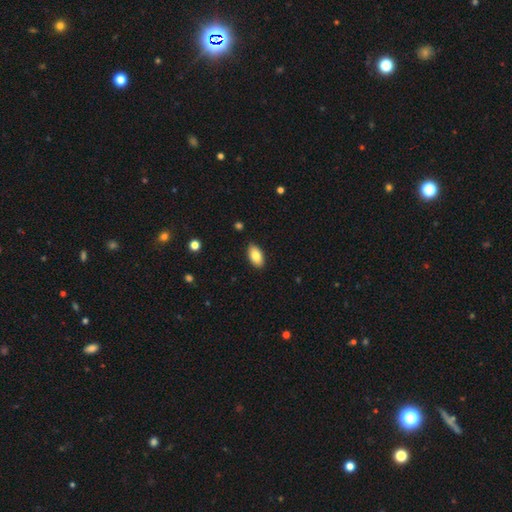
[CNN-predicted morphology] A smooth galaxy with no disk features (82%) that is in between round and cigar-shaped (94%). Merging: none (88%).